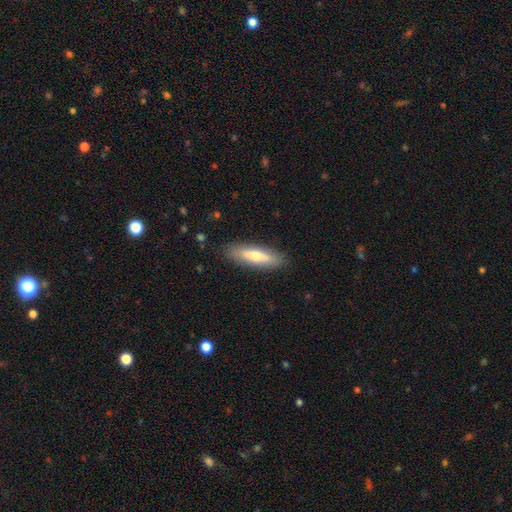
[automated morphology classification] type=smooth (57%); roundness=cigar-shaped (64%); merging=none (87%).